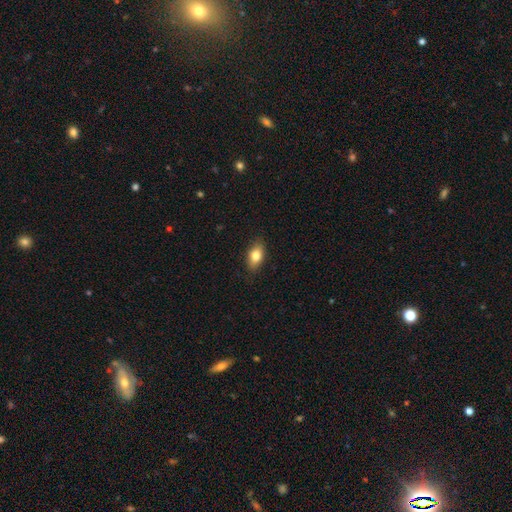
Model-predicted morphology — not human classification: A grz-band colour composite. It shows a smooth galaxy with no disk features (80%) that is in between round and cigar-shaped (86%). Merging: none (86%).